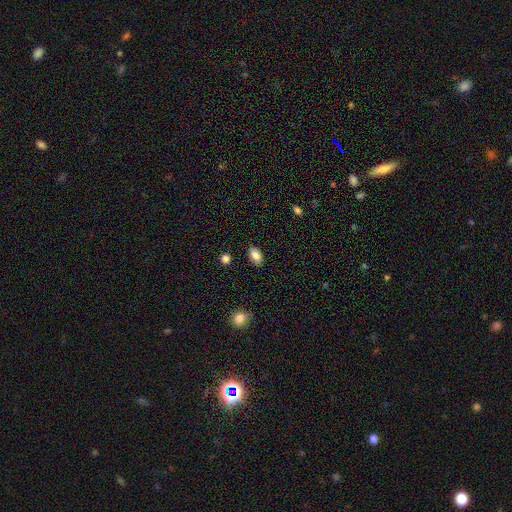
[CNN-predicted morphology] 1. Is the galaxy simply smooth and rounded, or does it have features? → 84% smooth, 8% star or artifact, 8% featured or disk.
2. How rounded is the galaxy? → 90% in between, 8% round, 2% cigar-shaped.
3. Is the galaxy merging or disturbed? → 87% none, 10% minor disturbance, 2% major disturbance, 1% merger.